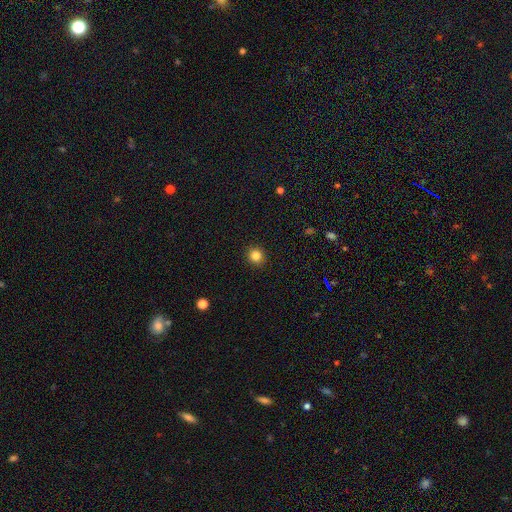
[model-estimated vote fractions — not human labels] smooth 84%, star or artifact 11%, featured or disk 4%. Down the decision tree: how rounded — round (91%); merging — none (92%).